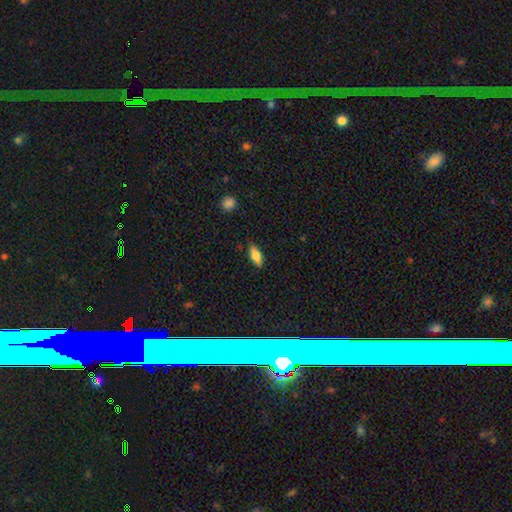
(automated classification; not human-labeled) smooth_or_featured: smooth (p=0.69) [alt: featured or disk p=0.24]
how_rounded: in between (p=0.74) [alt: cigar-shaped p=0.23]
merging: none (p=0.84) [alt: minor disturbance p=0.12]